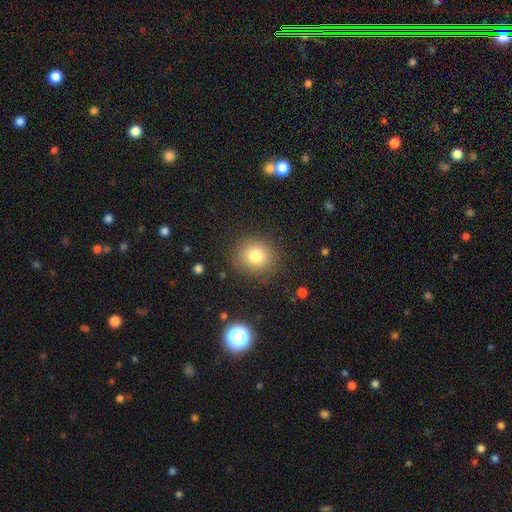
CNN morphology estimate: A smooth galaxy with no disk features (80%) that is round (84%). Merging: none (86%).